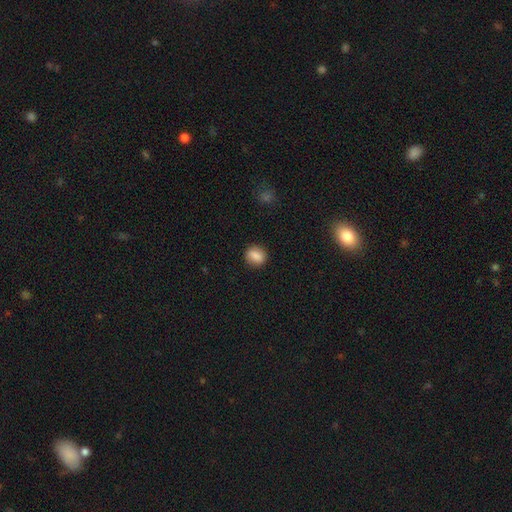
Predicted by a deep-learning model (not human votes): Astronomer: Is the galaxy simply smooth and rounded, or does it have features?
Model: smooth — 84%.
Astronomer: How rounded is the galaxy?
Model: round — 65%.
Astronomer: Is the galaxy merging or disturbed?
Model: none — 86%.